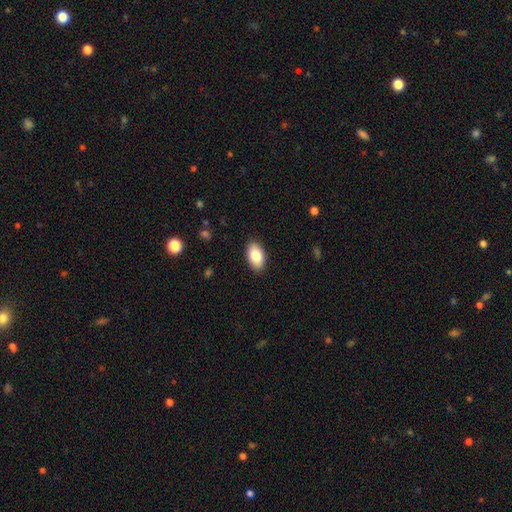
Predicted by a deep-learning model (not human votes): This appears to be a smooth galaxy with no disk features (84%) that is in between round and cigar-shaped (94%). Merging: none (89%).